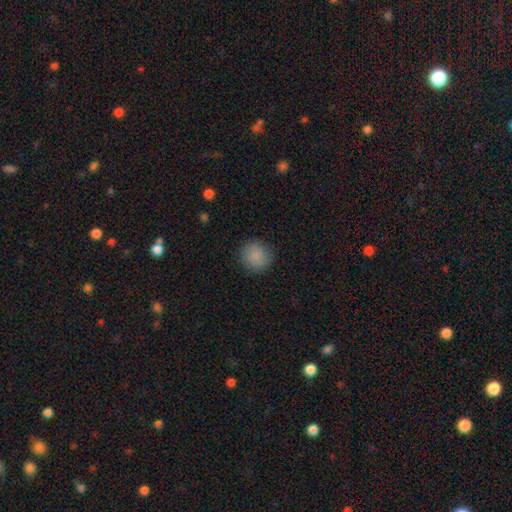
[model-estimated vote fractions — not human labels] smooth-or-featured: smooth: 88% | star or artifact: 8% | featured or disk: 5%
  how-rounded: round: 92% | in between: 7% | cigar-shaped: 1%
  merging: none: 88% | minor disturbance: 9% | major disturbance: 3% | merger: 1%